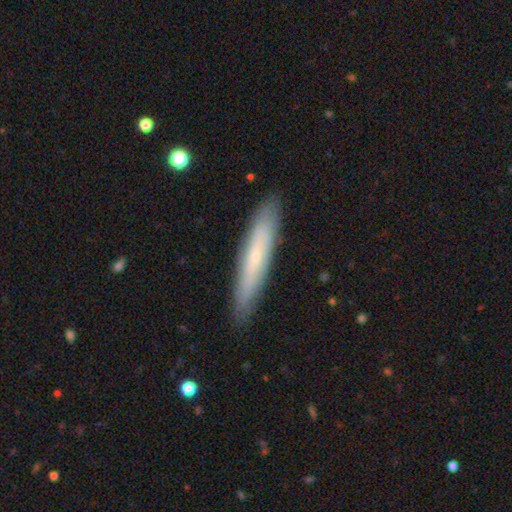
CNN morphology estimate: Overall: smooth (51%; featured or disk 42%). How rounded: cigar-shaped (90%). Merging: none (88%).